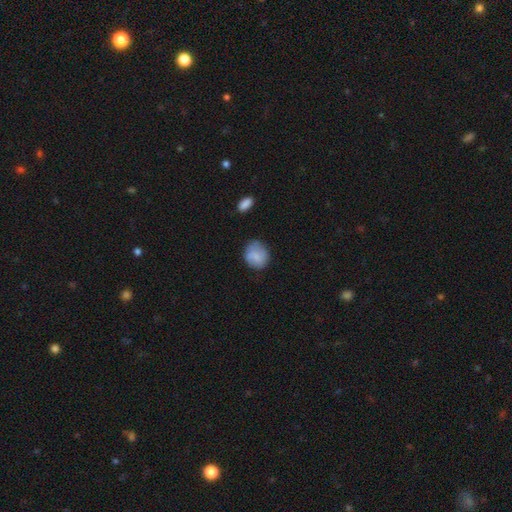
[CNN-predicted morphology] A smooth galaxy with no disk features (79%) that is round (64%). Merging: none (69%).